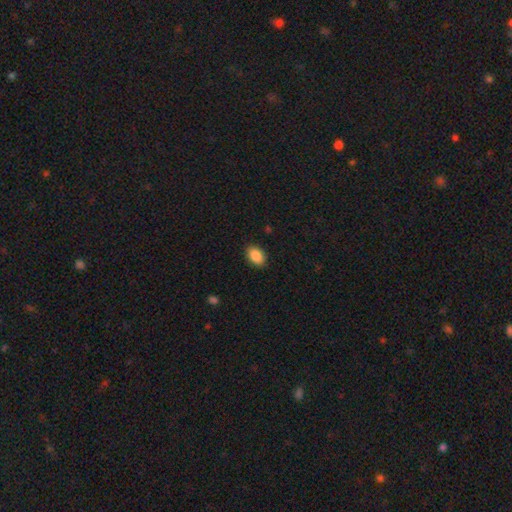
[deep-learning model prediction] smooth-or-featured: smooth: 88% | star or artifact: 8% | featured or disk: 4%
  how-rounded: in between: 86% | round: 13% | cigar-shaped: 1%
  merging: none: 89% | minor disturbance: 8% | major disturbance: 2% | merger: 1%